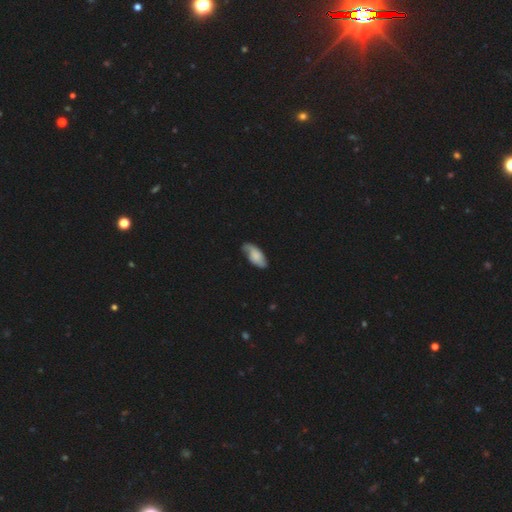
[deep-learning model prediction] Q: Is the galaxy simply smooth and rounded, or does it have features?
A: smooth — 56%.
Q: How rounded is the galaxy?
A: in between — 88%.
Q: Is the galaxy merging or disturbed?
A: none — 65%.